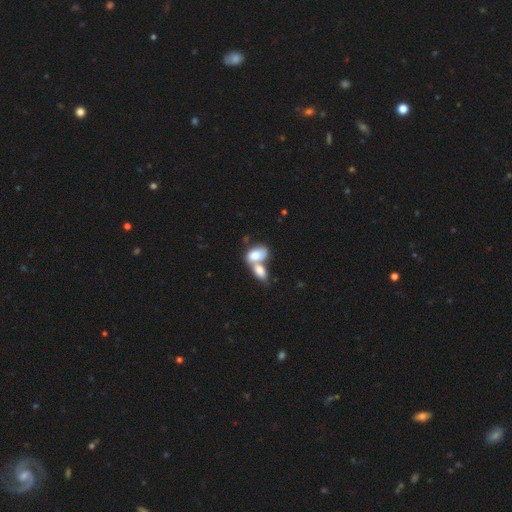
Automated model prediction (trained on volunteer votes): This appears to be a smooth galaxy with no disk features (78%) that is in between round and cigar-shaped (91%). Merging: merger (76%).